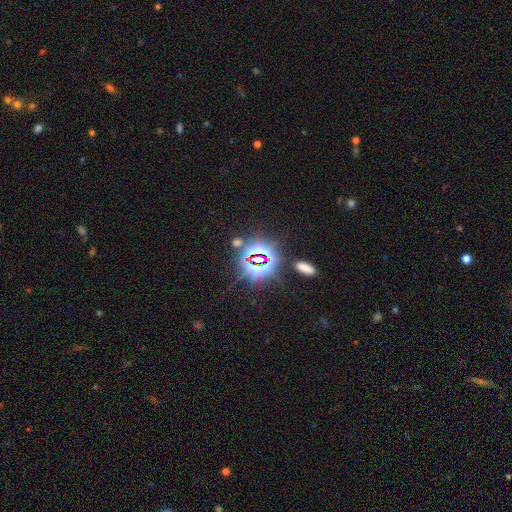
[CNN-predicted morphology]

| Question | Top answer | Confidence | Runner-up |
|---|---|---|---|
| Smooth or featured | star or artifact | 80% | smooth (12%) |